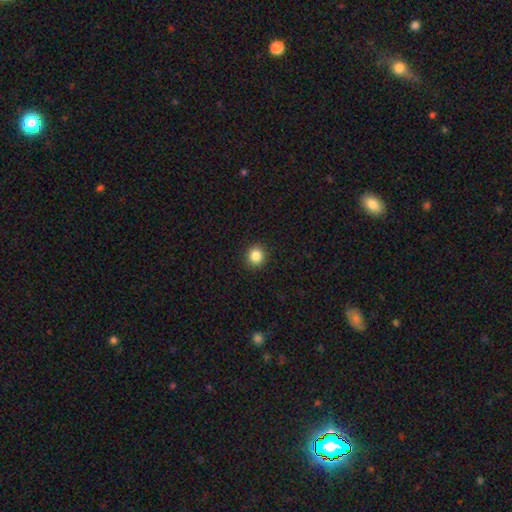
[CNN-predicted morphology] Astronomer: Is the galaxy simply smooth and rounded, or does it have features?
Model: smooth — 85%.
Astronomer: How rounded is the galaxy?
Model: round — 89%.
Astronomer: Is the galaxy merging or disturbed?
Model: none — 92%.